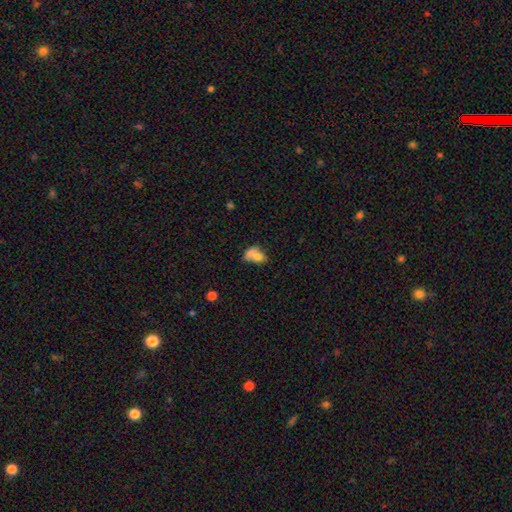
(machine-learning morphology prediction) Smooth or featured? smooth (70%)
How rounded? in between (64%)
Merging? merger (56%)